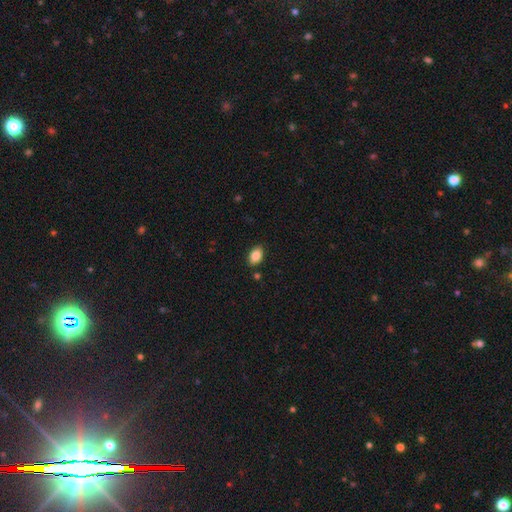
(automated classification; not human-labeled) Smooth or featured? smooth (86%)
How rounded? in between (89%)
Merging? none (85%)